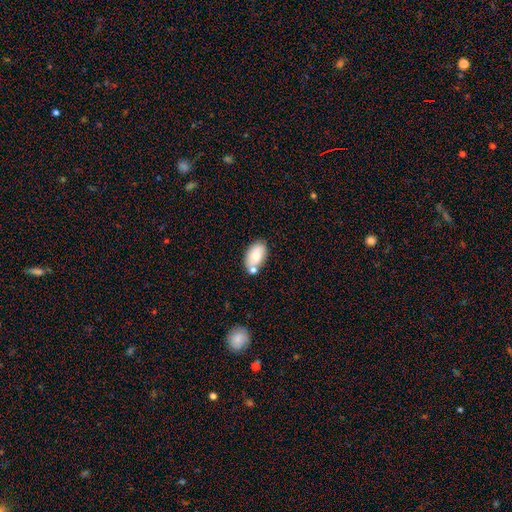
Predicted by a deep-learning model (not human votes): A smooth galaxy with no disk features (80%) that is in between round and cigar-shaped (94%). Merging: none (63%).